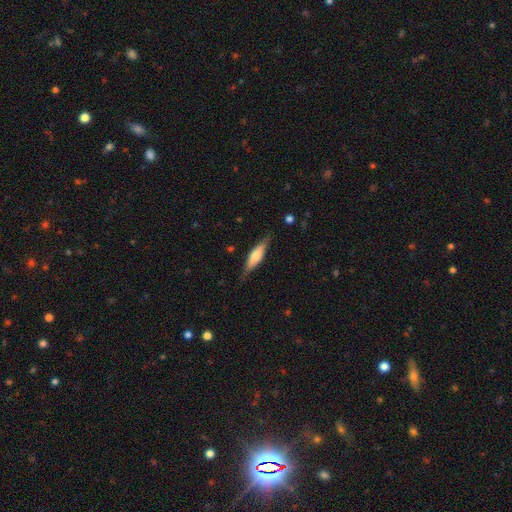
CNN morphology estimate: Q: Smooth or featured?
A: smooth (54%); runner-up: featured or disk (41%)
Q: How rounded?
A: cigar-shaped (66%); runner-up: in between (32%)
Q: Merging?
A: none (81%); runner-up: minor disturbance (14%)